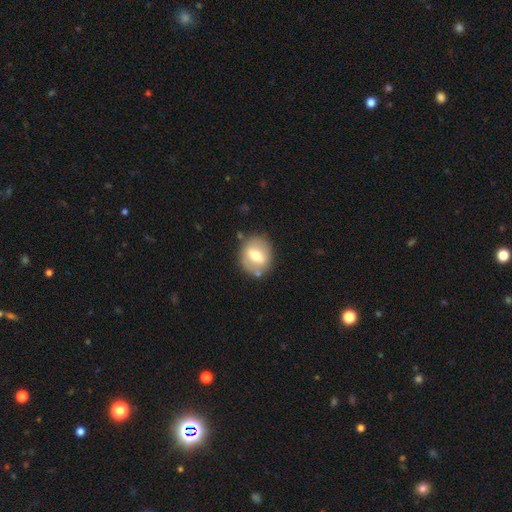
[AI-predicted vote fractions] Smooth or featured?
  - smooth: 56% *
  - featured or disk: 37%
  - star or artifact: 7%
How rounded?
  - round: 70% *
  - in between: 28%
  - cigar-shaped: 1%
Merging?
  - none: 78% *
  - minor disturbance: 12%
  - merger: 6%
  - major disturbance: 4%